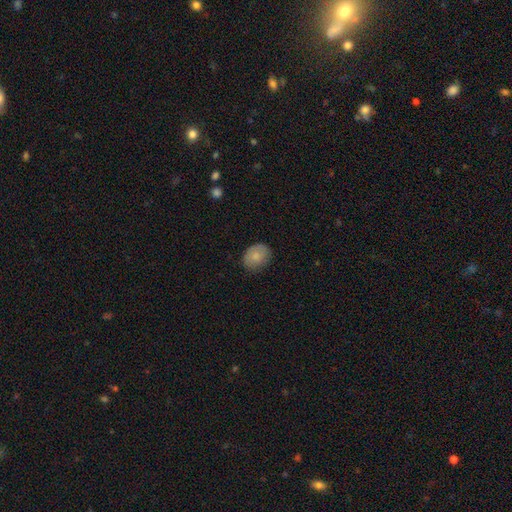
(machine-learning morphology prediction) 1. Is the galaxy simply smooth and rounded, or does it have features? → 81% smooth, 12% featured or disk, 7% star or artifact.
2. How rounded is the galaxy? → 55% in between, 44% round, 1% cigar-shaped.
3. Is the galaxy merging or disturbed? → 77% none, 18% minor disturbance, 4% major disturbance, 1% merger.